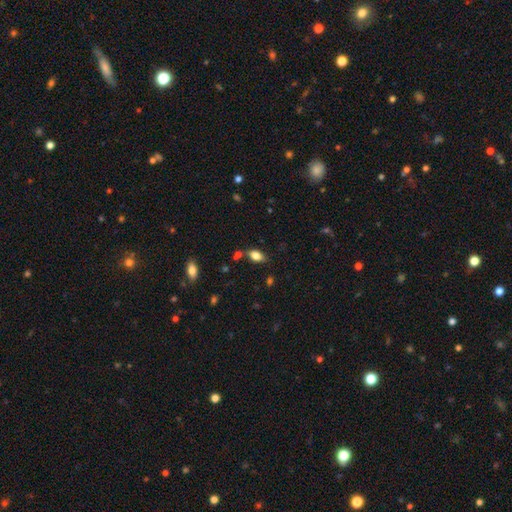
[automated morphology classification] This appears to be a smooth galaxy with no disk features (81%) that is in between round and cigar-shaped (89%). Merging: none (72%).